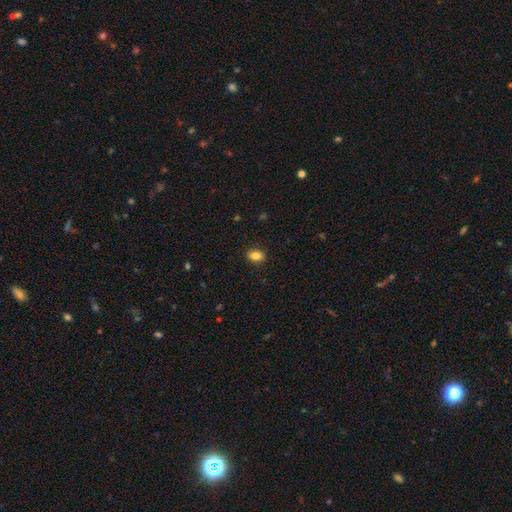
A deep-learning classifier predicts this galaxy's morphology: smooth_or_featured: smooth (p=0.84) [alt: star or artifact p=0.10]
how_rounded: in between (p=0.71) [alt: round p=0.28]
merging: none (p=0.89) [alt: minor disturbance p=0.08]